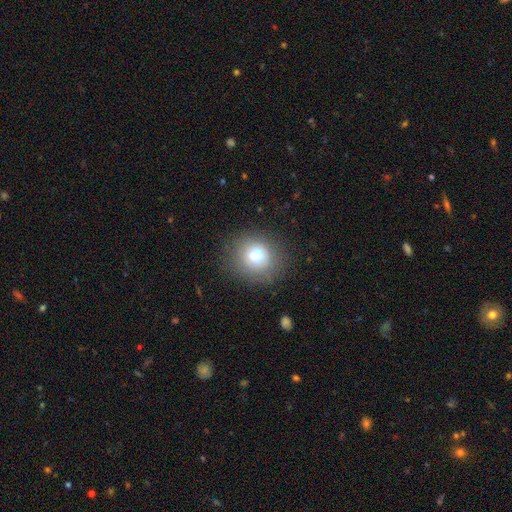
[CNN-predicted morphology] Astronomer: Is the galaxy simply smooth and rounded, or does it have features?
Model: smooth — 77%.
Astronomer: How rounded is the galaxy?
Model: round — 82%.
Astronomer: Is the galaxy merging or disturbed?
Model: none — 81%.